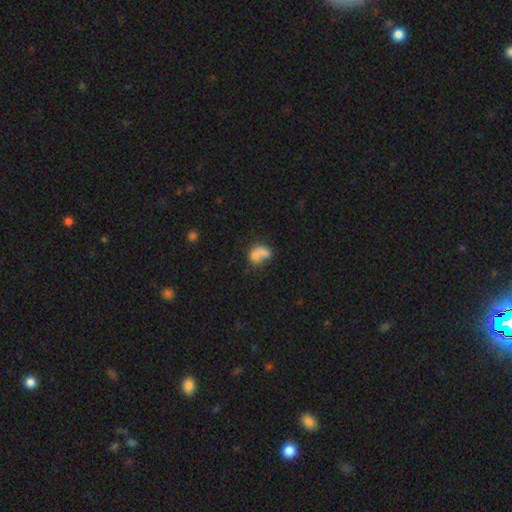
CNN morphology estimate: smooth 68%, featured or disk 21%, star or artifact 11%. Down the decision tree: how rounded — in between (62%); merging — merger (48%).